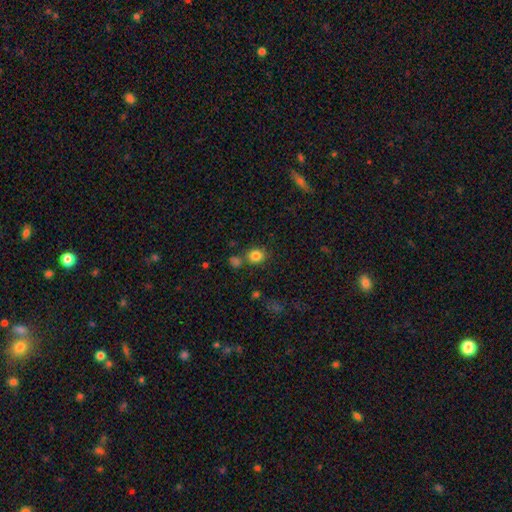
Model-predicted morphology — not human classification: This is clearly a smooth galaxy (83%). How rounded: likely round (76%). Merging: likely none (72%).